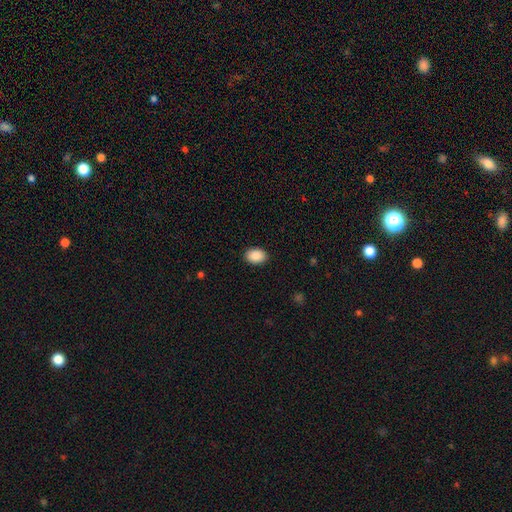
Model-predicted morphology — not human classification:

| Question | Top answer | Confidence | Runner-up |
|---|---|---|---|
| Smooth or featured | smooth | 89% | star or artifact (7%) |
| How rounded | in between | 80% | round (19%) |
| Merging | none | 90% | minor disturbance (7%) |